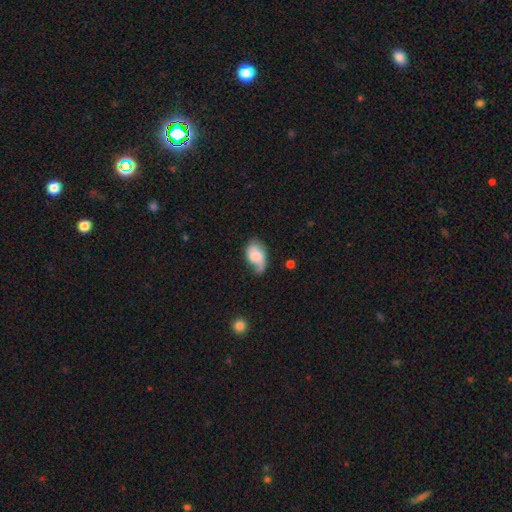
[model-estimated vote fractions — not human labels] A featured or disk galaxy (47%). Merging: none (41%).